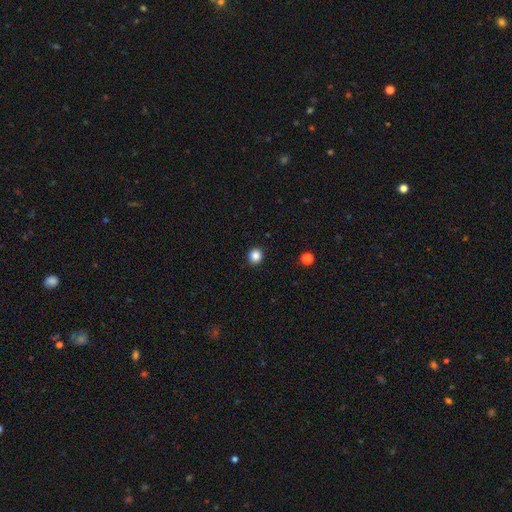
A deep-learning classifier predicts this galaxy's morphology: This is clearly a smooth galaxy (86%). How rounded: clearly round (91%). Merging: clearly none (92%).